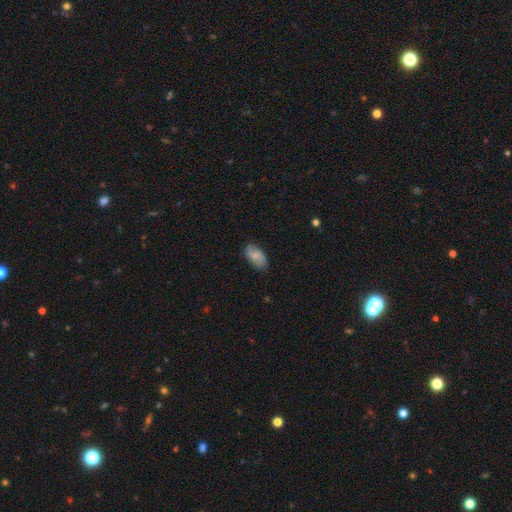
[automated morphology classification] The model was most divided on "smooth or featured": smooth: 61%, featured or disk: 31%, star or artifact: 7%. More confident: how rounded — in between (93%); merging — none (77%).